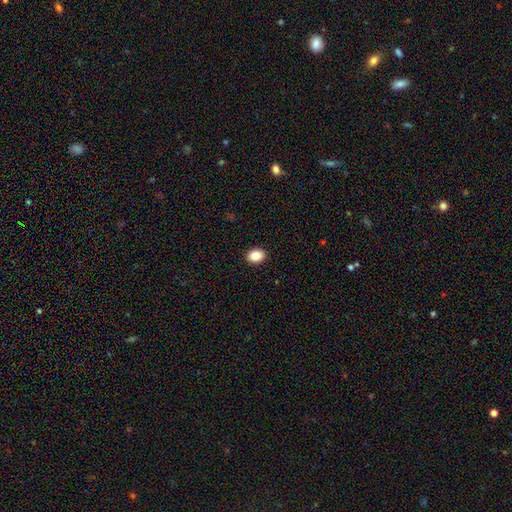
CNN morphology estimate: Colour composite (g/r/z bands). It shows a smooth galaxy with no disk features (87%) that is in between round and cigar-shaped (66%). Merging: none (91%).